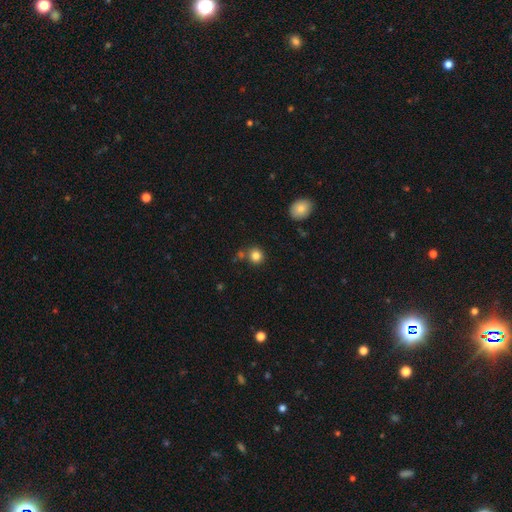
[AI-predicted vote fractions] smooth 82%, star or artifact 12%, featured or disk 6%. Down the decision tree: how rounded — round (91%); merging — none (76%).